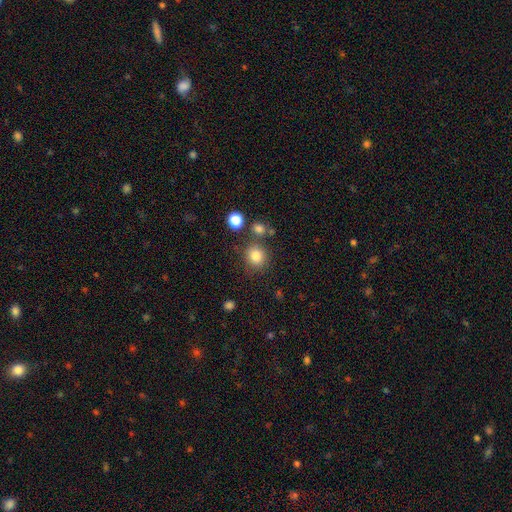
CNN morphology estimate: Smooth or featured?
  - smooth: 82% *
  - star or artifact: 12%
  - featured or disk: 6%
How rounded?
  - round: 87% *
  - in between: 12%
  - cigar-shaped: 1%
Merging?
  - none: 77% *
  - minor disturbance: 10%
  - merger: 9%
  - major disturbance: 4%